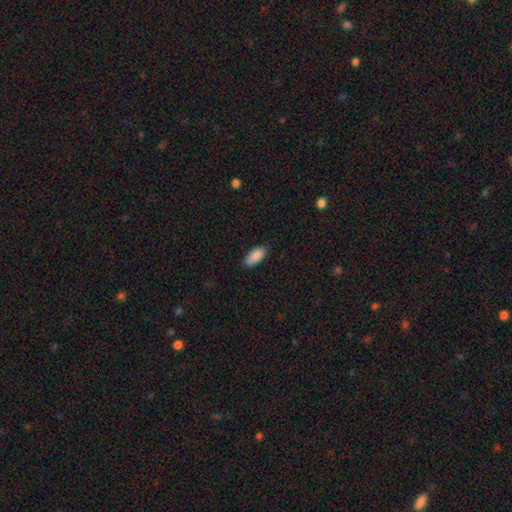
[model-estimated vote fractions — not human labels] smooth_or_featured: smooth (p=0.88) [alt: star or artifact p=0.07]
how_rounded: in between (p=0.84) [alt: cigar-shaped p=0.14]
merging: none (p=0.78) [alt: minor disturbance p=0.18]